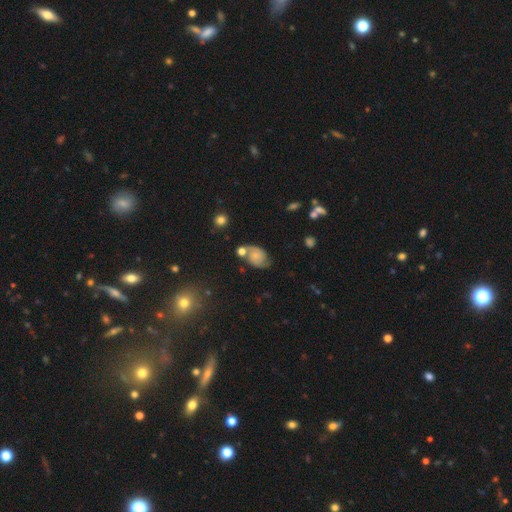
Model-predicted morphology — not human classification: smooth-or-featured: featured or disk: 60% | smooth: 29% | star or artifact: 11%
  disk-edge-on: no: 97% | yes: 3%
    bar: no: 68% | weak: 27% | strong: 5%
    has-spiral-arms: yes: 90% | no: 10%
      spiral-winding: medium: 47% | tight: 29% | loose: 23%
      spiral-arm-count: 2: 85% | can't tell: 8% | 1: 3% | 3: 2% | 4: 1% | more than 4: 1%
    bulge-size: small: 51% | none: 23% | moderate: 20% | large: 4% | dominant: 2%
  merging: none: 51% | minor disturbance: 23% | merger: 16% | major disturbance: 10%